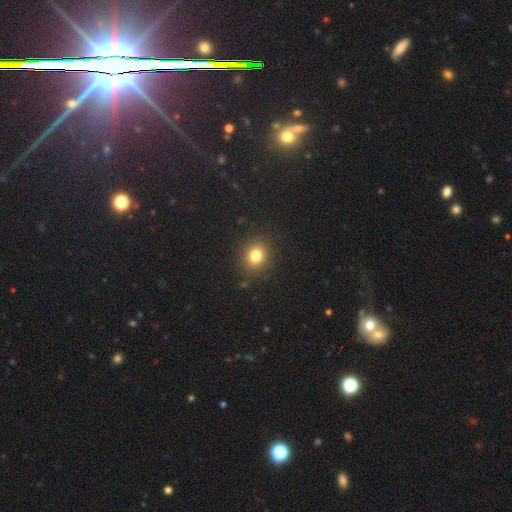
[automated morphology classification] Q: Smooth or featured?
A: smooth (80%); runner-up: star or artifact (13%)
Q: How rounded?
A: round (66%); runner-up: in between (33%)
Q: Merging?
A: none (88%); runner-up: minor disturbance (8%)